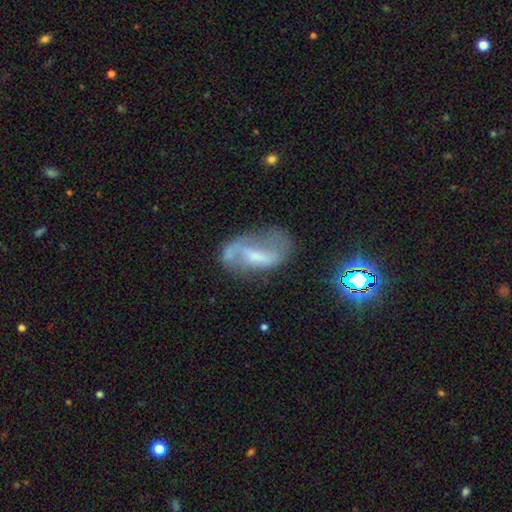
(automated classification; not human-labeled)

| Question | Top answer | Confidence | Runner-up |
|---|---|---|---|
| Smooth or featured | featured or disk | 63% | smooth (25%) |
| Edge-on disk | no | 94% | yes (6%) |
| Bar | weak | 42% | no (30%) |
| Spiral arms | yes | 68% | no (32%) |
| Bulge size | small | 37% | moderate (29%) |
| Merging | none | 45% | minor disturbance (24%) |